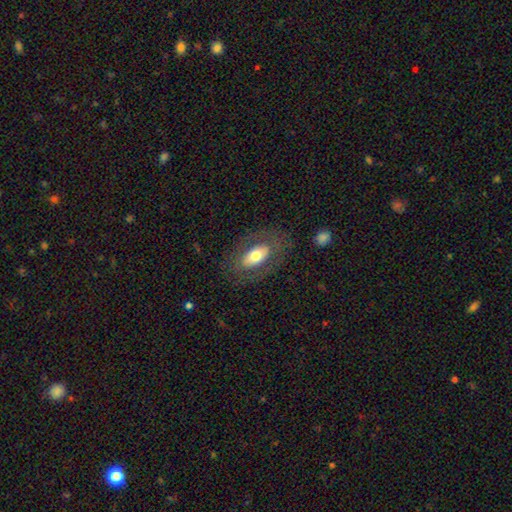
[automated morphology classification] smooth_or_featured: smooth (p=0.59) [alt: featured or disk p=0.34]
how_rounded: in between (p=0.91) [alt: round p=0.05]
merging: none (p=0.79) [alt: minor disturbance p=0.12]